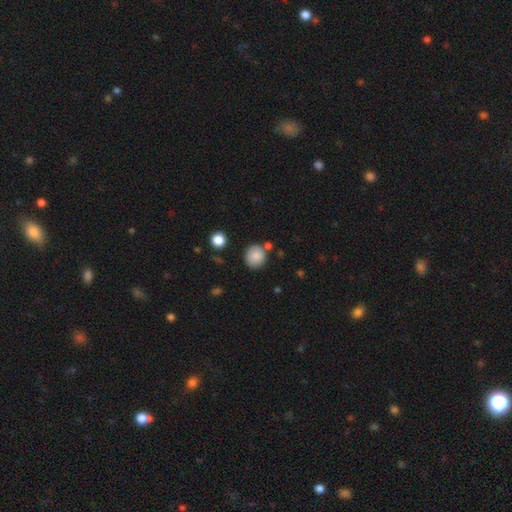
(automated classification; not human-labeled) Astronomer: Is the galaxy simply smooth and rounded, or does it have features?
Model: smooth — 86%.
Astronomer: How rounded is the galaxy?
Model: round — 85%.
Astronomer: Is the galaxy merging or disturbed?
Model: none — 77%.